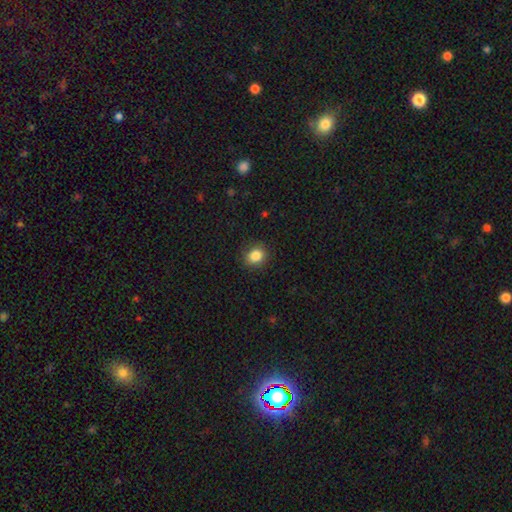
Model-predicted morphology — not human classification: A smooth galaxy with no disk features (86%) that is round (67%). Merging: none (88%).